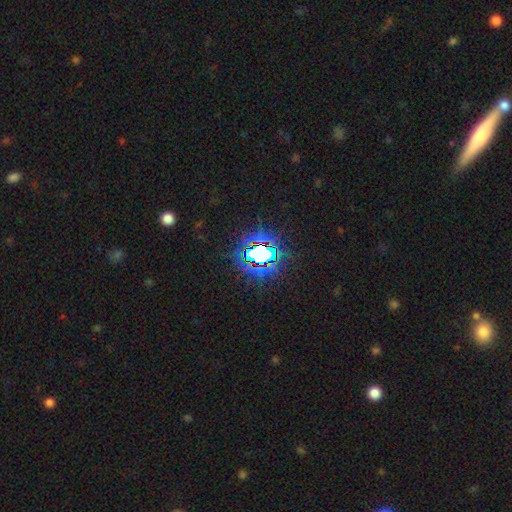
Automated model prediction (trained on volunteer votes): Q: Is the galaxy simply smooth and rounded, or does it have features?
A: star or artifact — 73%.